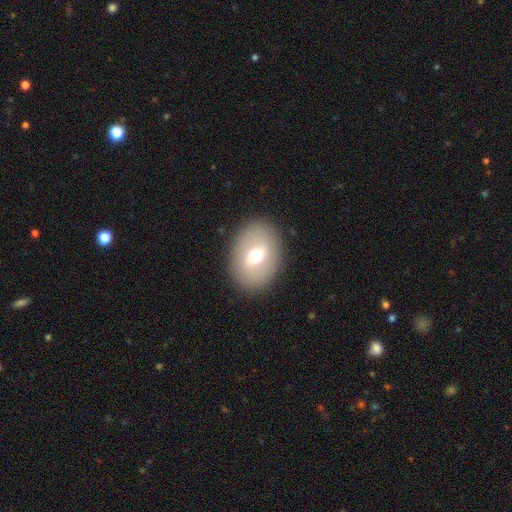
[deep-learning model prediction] smooth-or-featured: smooth: 59% | featured or disk: 31% | star or artifact: 10%
  how-rounded: in between: 67% | round: 32% | cigar-shaped: 1%
  merging: none: 87% | minor disturbance: 8% | major disturbance: 4% | merger: 1%